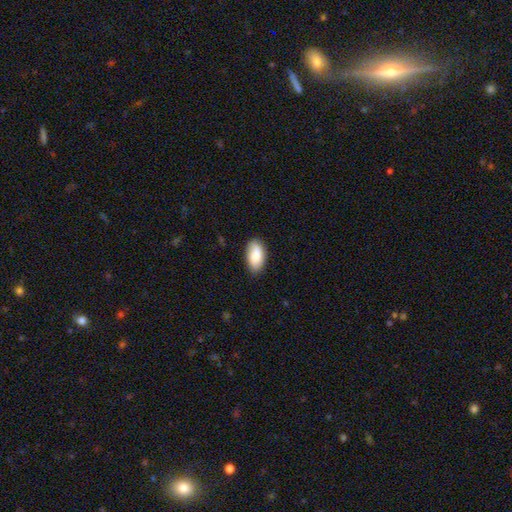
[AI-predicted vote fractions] Q: Smooth or featured?
A: smooth (83%); runner-up: featured or disk (10%)
Q: How rounded?
A: in between (94%); runner-up: cigar-shaped (3%)
Q: Merging?
A: none (82%); runner-up: minor disturbance (14%)